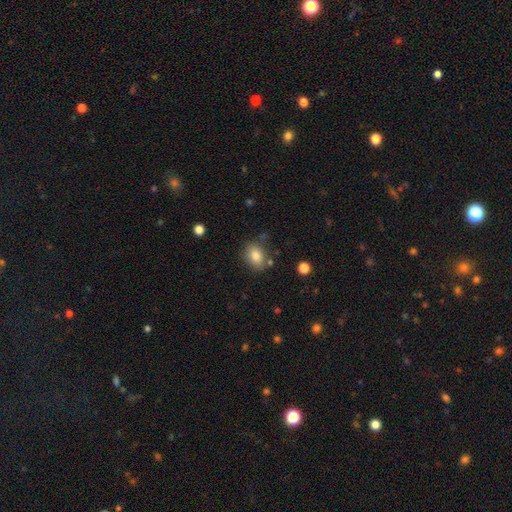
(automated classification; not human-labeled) Smooth or featured?
  - smooth: 82% *
  - star or artifact: 9%
  - featured or disk: 9%
How rounded?
  - in between: 72% *
  - round: 26%
  - cigar-shaped: 2%
Merging?
  - none: 76% *
  - minor disturbance: 15%
  - merger: 5%
  - major disturbance: 4%